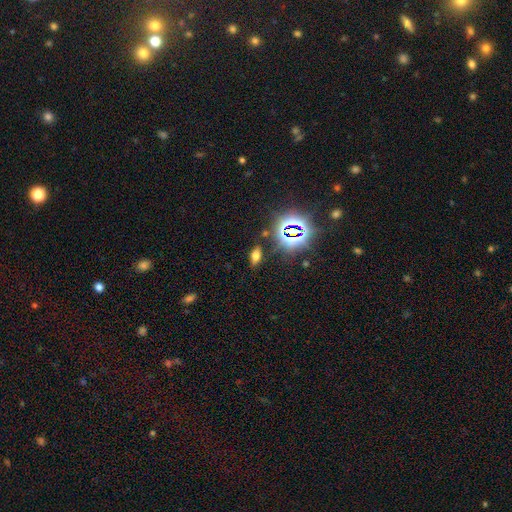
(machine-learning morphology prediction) type=smooth (55%); roundness=in between (79%); merging=none (85%).